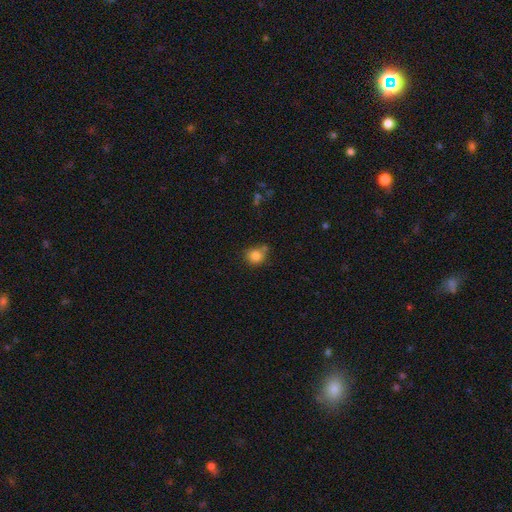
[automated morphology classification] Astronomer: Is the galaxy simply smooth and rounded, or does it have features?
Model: smooth — 83%.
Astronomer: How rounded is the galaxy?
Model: round — 81%.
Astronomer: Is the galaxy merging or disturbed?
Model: none — 63%.